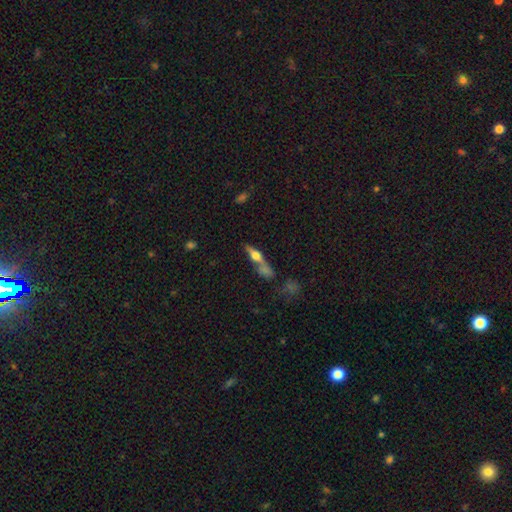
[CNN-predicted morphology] Q: Smooth or featured?
A: featured or disk (51%); runner-up: smooth (39%)
Q: Edge-on disk?
A: yes (86%); runner-up: no (14%)
Q: Merging?
A: none (45%); runner-up: merger (36%)